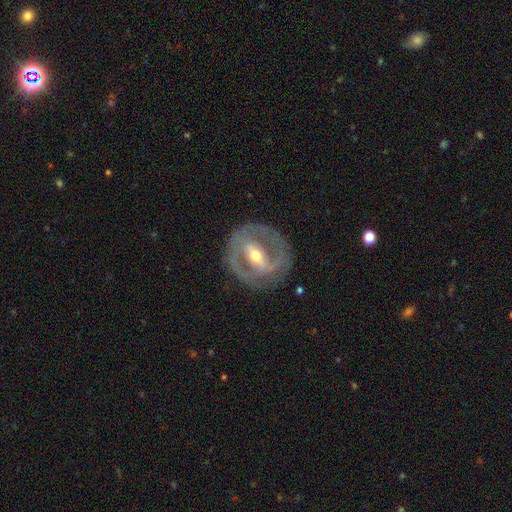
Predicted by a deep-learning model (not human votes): This is clearly a featured or disk galaxy (82%). It is clearly not viewed edge-on (93%). Bar: possibly strong (57%). Spiral arm pattern: likely yes (65%). Central bulge: likely moderate (66%). Merging: likely none (79%).